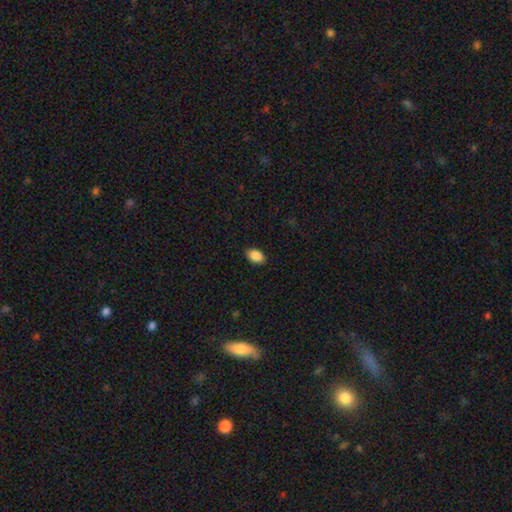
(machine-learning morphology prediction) A smooth galaxy with no disk features (89%) that is in between round and cigar-shaped (90%).

Vote fractions:
- Smooth or featured? smooth: 89% / star or artifact: 8% / featured or disk: 4%
- How rounded? in between: 90% / round: 9% / cigar-shaped: 1%
- Merging? none: 88% / minor disturbance: 9% / major disturbance: 2% / merger: 1%